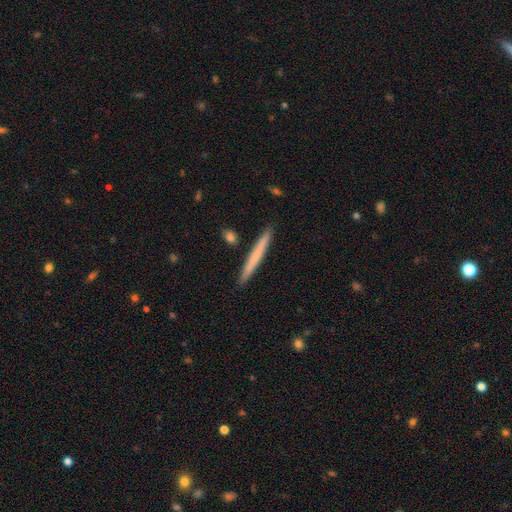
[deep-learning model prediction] This is likely a smooth galaxy (65%). How rounded: clearly cigar-shaped (97%). Merging: clearly none (91%).